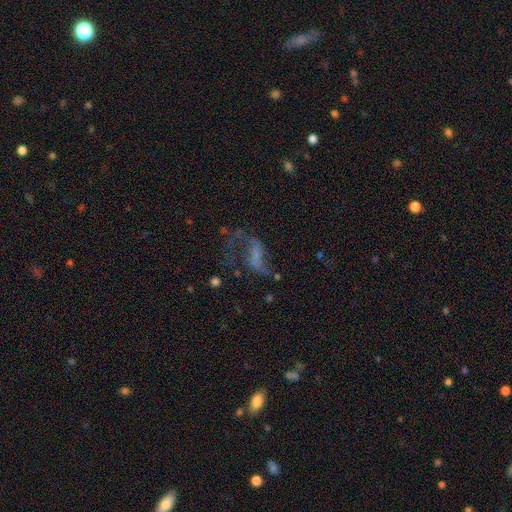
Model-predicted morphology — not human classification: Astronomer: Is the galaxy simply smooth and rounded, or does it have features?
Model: featured or disk — 59%.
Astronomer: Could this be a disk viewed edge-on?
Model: no — 95%.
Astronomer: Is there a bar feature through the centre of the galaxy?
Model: no — 46% (runner-up: weak, 32%).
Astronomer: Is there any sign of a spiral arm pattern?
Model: yes — 59% (runner-up: no, 41%).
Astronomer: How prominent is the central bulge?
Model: none — 63%.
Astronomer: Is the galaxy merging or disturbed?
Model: major disturbance — 44% (runner-up: none, 33%).